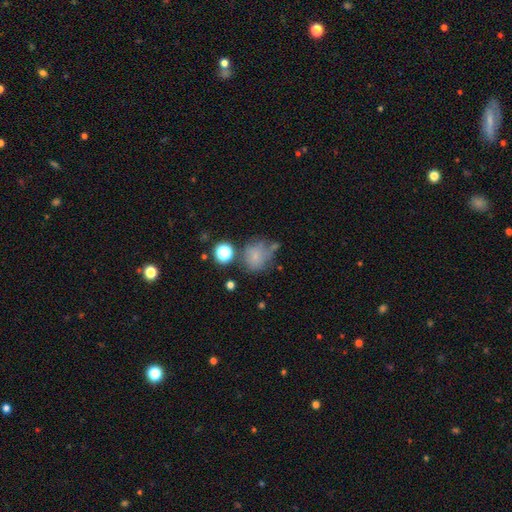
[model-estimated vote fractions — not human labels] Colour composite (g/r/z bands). It shows a smooth galaxy with no disk features (69%) that is round (76%). Merging: none (47%).